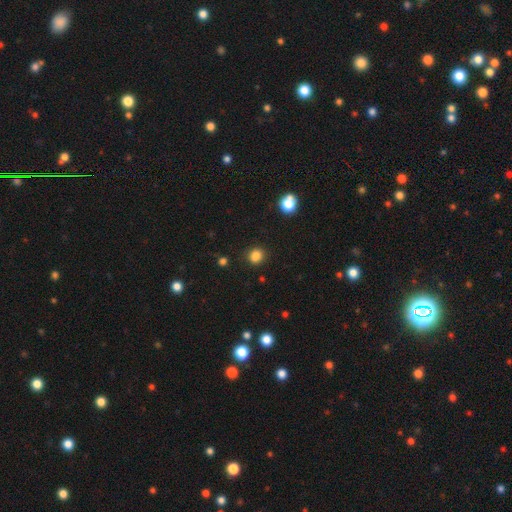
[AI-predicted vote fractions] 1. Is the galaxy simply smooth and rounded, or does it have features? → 84% smooth, 13% star or artifact, 4% featured or disk.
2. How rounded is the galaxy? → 78% round, 21% in between, 1% cigar-shaped.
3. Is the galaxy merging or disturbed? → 87% none, 9% minor disturbance, 3% major disturbance, 2% merger.